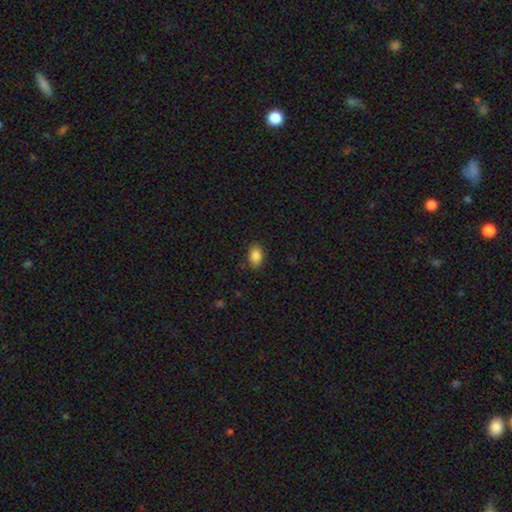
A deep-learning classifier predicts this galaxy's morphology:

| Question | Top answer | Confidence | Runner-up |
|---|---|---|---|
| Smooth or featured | smooth | 87% | star or artifact (8%) |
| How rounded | in between | 88% | round (10%) |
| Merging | none | 84% | minor disturbance (12%) |